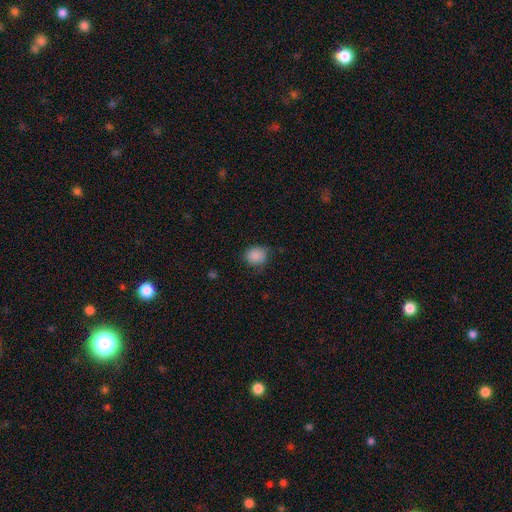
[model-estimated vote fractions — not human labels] This appears to be a smooth galaxy with no disk features (86%) that is round (72%). Merging: none (66%).